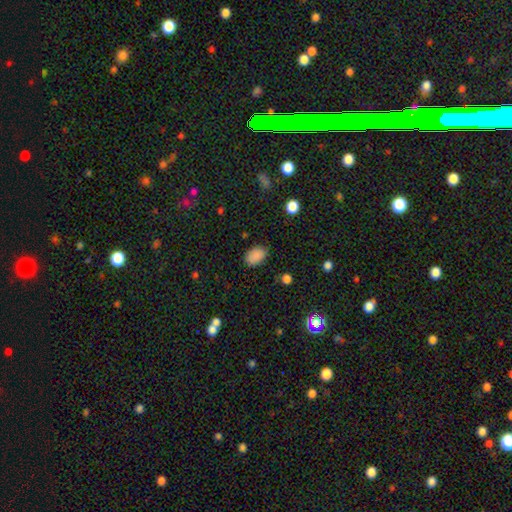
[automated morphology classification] Smooth or featured?
  - smooth: 87% *
  - star or artifact: 9%
  - featured or disk: 4%
How rounded?
  - in between: 86% *
  - round: 13%
  - cigar-shaped: 1%
Merging?
  - none: 81% *
  - minor disturbance: 14%
  - major disturbance: 3%
  - merger: 1%